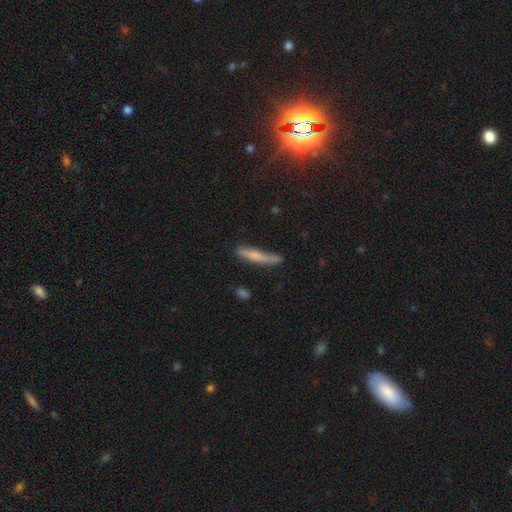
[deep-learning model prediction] smooth-or-featured: smooth: 66% | featured or disk: 27% | star or artifact: 7%
  how-rounded: cigar-shaped: 92% | in between: 7% | round: 2%
  merging: none: 69% | minor disturbance: 23% | major disturbance: 5% | merger: 3%